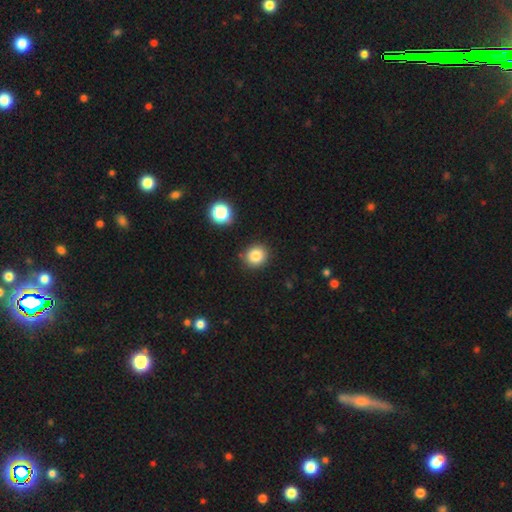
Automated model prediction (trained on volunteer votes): The model was most divided on "how rounded": round: 83%, in between: 16%, cigar-shaped: 1%. More confident: merging — none (87%); smooth or featured — smooth (83%).